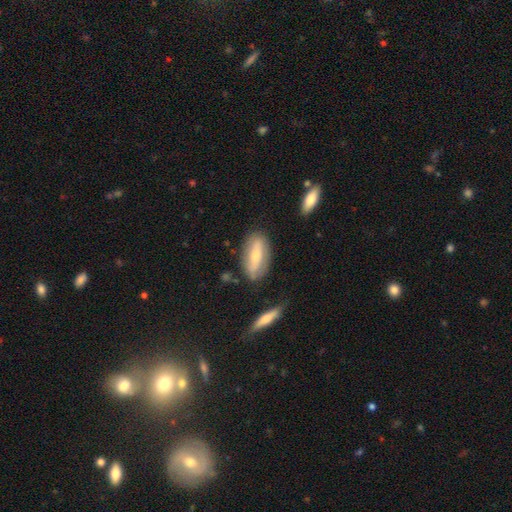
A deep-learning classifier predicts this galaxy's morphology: This is possibly a smooth galaxy (49%). Merging: likely none (77%).